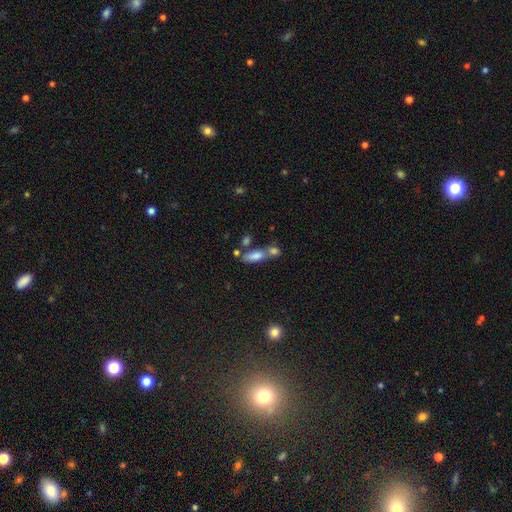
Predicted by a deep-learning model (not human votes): Overall: smooth (76%). How rounded: in between (68%; cigar-shaped 29%). Merging: merger (45%; none 38%).